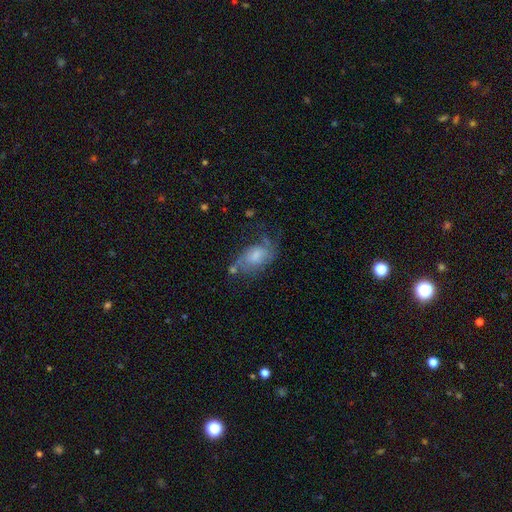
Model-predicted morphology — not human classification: featured or disk 51%, smooth 41%, star or artifact 9%. Down the decision tree: edge-on disk — no (95%); merging — none (39%).